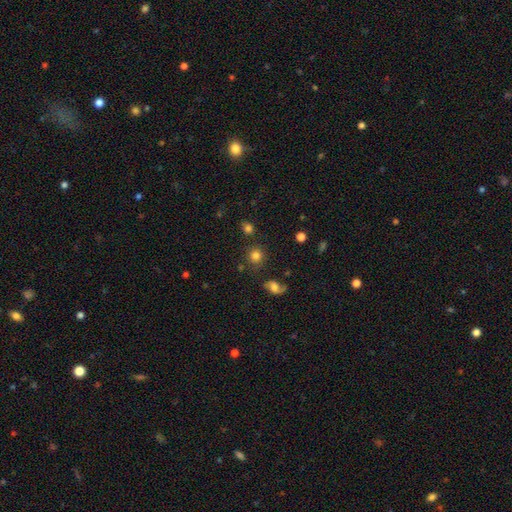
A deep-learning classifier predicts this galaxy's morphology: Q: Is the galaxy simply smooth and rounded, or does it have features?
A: smooth — 80%.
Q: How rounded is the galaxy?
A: round — 90%.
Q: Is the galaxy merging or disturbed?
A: none — 82%.